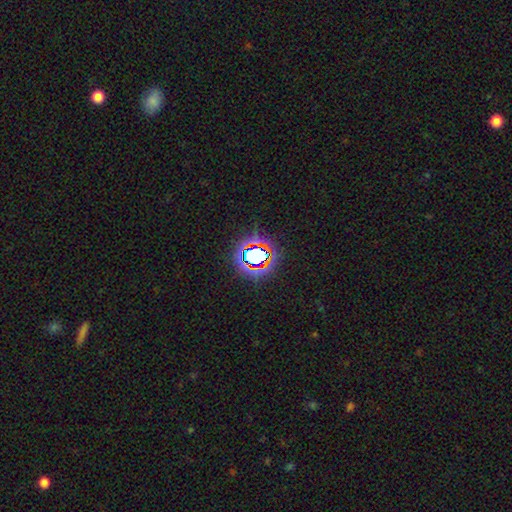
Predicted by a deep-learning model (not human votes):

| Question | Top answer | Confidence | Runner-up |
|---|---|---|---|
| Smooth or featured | star or artifact | 65% | smooth (21%) |